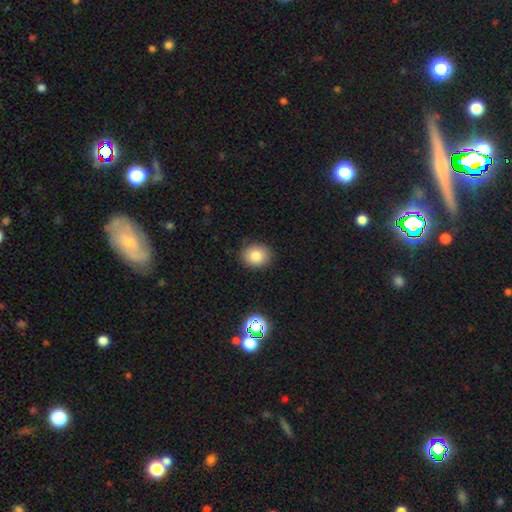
A smooth galaxy with no disk features (88%) that is round (54%). Merging: none (86%).